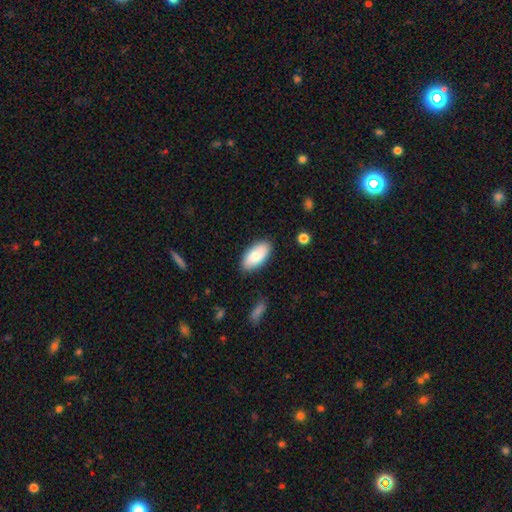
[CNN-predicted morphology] Smooth or featured? Predicted: smooth (p=0.76). How rounded? Predicted: in between (p=0.94). Merging? Predicted: none (p=0.86).